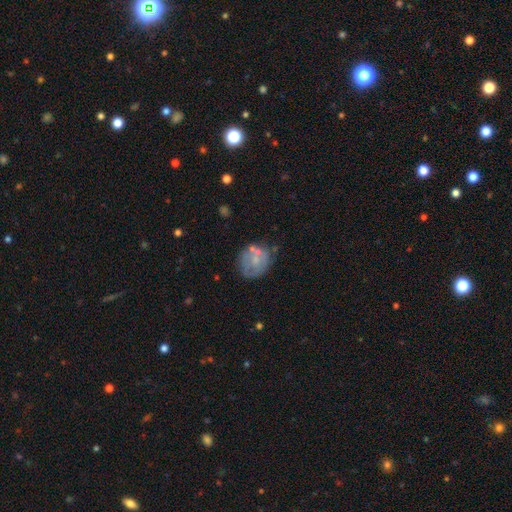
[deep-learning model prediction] featured or disk 48%, smooth 43%, star or artifact 9%. Down the decision tree: merging — none (55%).